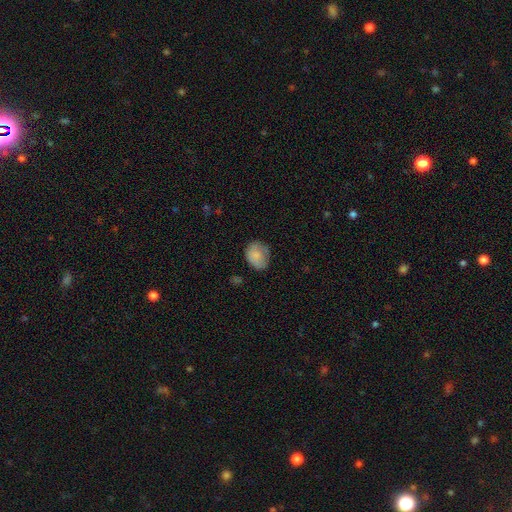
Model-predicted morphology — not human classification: Smooth or featured? smooth (80%)
How rounded? round (52%)
Merging? none (64%)